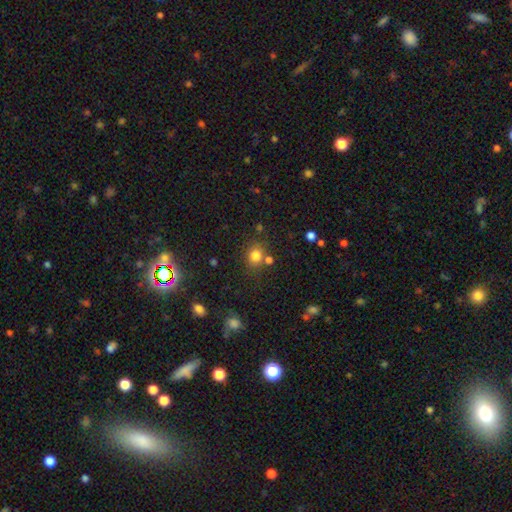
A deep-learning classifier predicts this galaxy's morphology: Q: Smooth or featured?
A: smooth (79%); runner-up: star or artifact (14%)
Q: How rounded?
A: round (73%); runner-up: in between (26%)
Q: Merging?
A: none (70%); runner-up: merger (13%)